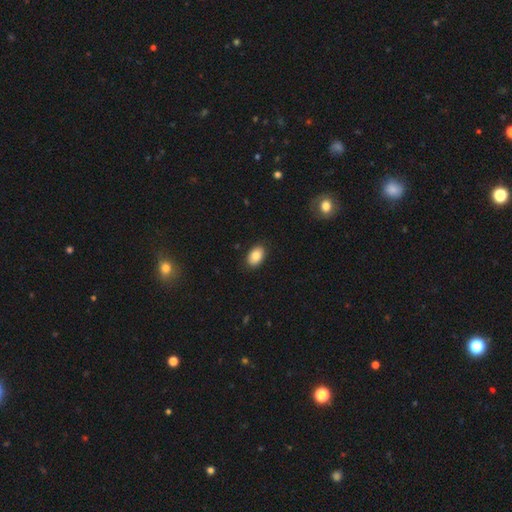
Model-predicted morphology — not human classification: type=smooth (85%); roundness=in between (88%); merging=none (88%).